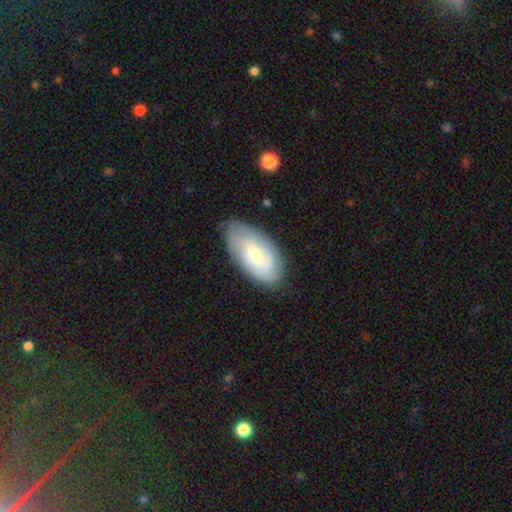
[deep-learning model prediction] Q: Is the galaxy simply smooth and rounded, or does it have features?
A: featured or disk — 53%.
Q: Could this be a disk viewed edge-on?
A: no — 92%.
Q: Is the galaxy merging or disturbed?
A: none — 76%.